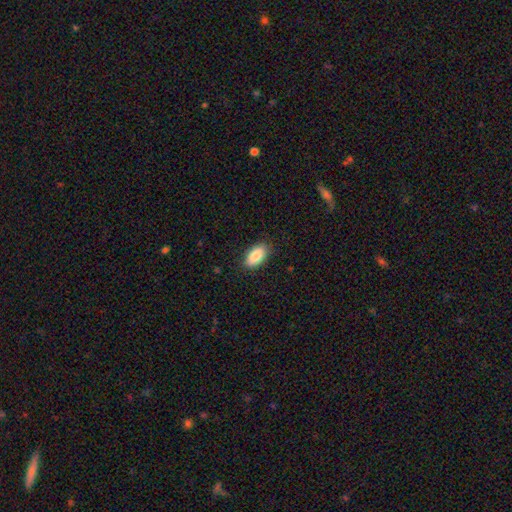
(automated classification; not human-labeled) This is clearly a smooth galaxy (85%). How rounded: clearly in between (93%). Merging: clearly none (87%).